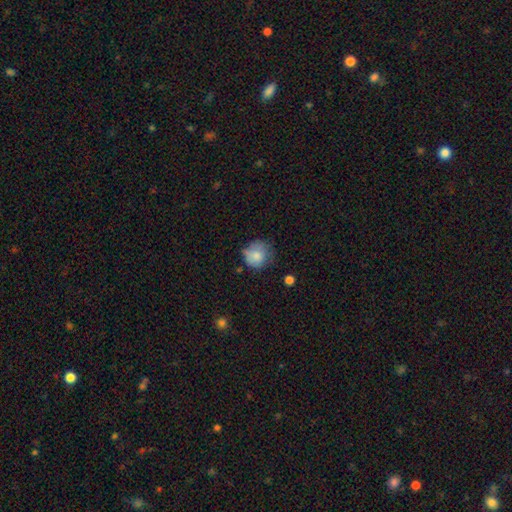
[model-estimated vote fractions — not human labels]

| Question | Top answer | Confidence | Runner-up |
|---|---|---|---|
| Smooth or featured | smooth | 76% | featured or disk (16%) |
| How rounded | round | 86% | in between (13%) |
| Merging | none | 54% | minor disturbance (31%) |